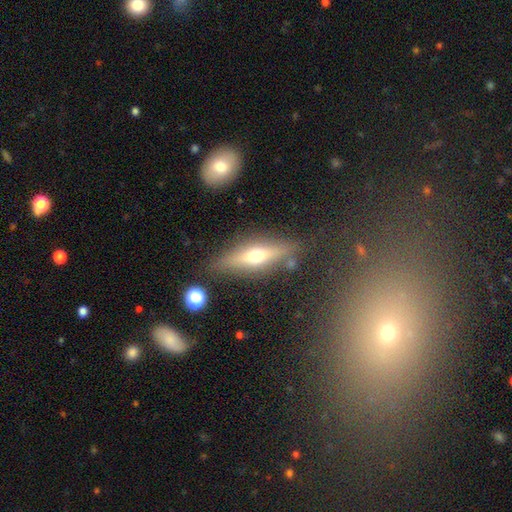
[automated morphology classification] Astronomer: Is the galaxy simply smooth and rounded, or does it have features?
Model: featured or disk — 53% (runner-up: smooth, 38%).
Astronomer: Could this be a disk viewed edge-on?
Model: yes — 88%.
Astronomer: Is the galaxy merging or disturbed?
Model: none — 80%.